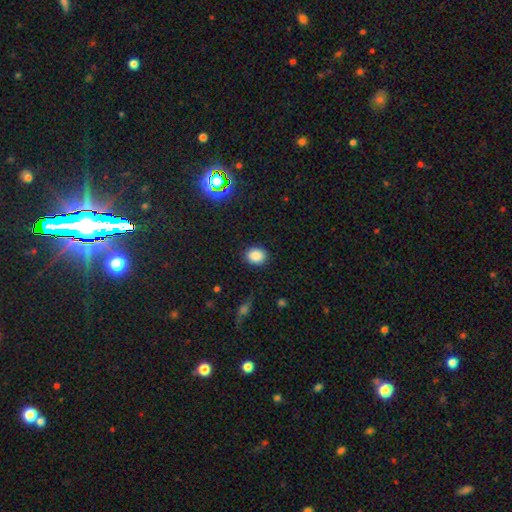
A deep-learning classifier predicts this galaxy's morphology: smooth 87%, star or artifact 10%, featured or disk 4%. Down the decision tree: how rounded — round (61%); merging — none (87%).